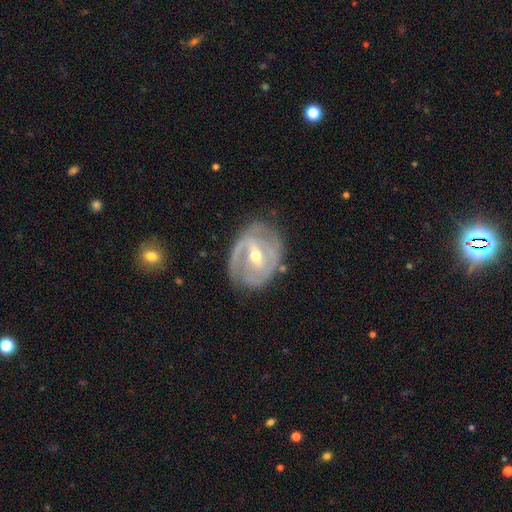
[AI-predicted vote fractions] This is clearly a featured or disk galaxy (83%). It is clearly not viewed edge-on (96%). Bar: marginally weak (42%, tied with strong). Spiral arm pattern: clearly yes (82%). Spiral arm count: possibly 2 (56%). Spiral winding: possibly tight (51%). Central bulge: possibly moderate (60%). Merging: likely none (70%).